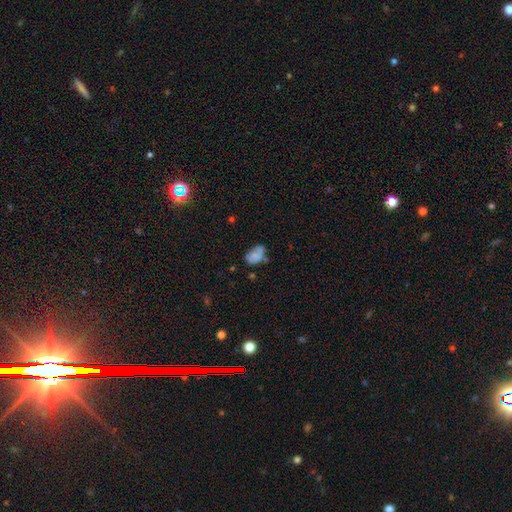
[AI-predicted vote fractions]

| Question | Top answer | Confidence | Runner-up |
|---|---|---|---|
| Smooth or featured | smooth | 61% | featured or disk (27%) |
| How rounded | in between | 83% | round (15%) |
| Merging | none | 43% | minor disturbance (29%) |